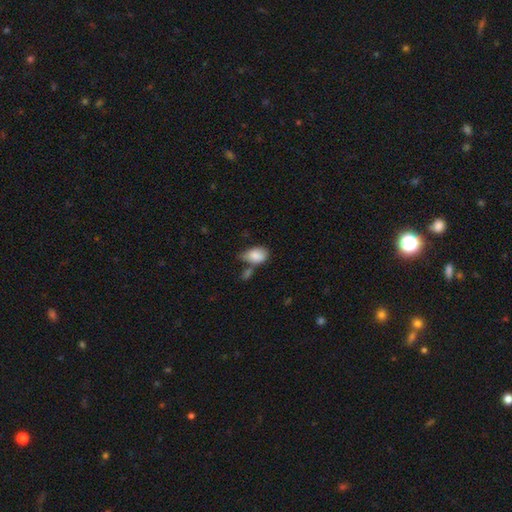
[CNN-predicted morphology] The model was most divided on "merging": none: 38%, minor disturbance: 27%, merger: 24%, major disturbance: 11%. More confident: how rounded — in between (87%); smooth or featured — smooth (85%).